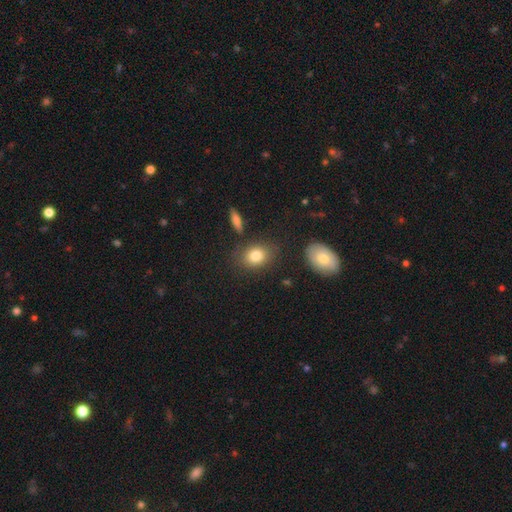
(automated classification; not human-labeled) Smooth or featured? Predicted: smooth (p=0.81). How rounded? Predicted: in between (p=0.61). Merging? Predicted: none (p=0.78).